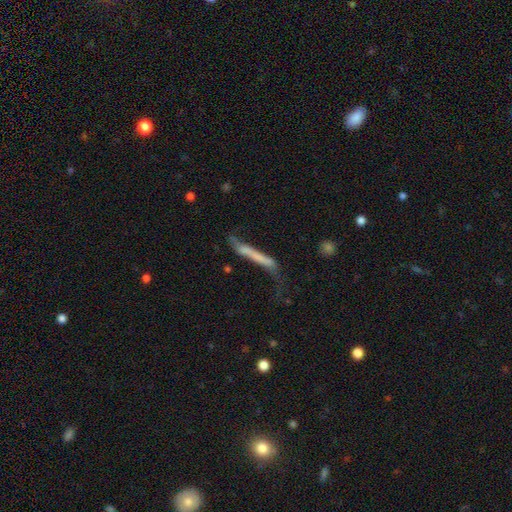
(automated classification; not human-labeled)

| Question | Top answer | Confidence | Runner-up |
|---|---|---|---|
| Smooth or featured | smooth | 49% | featured or disk (41%) |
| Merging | major disturbance | 33% | tied: none (33%) |